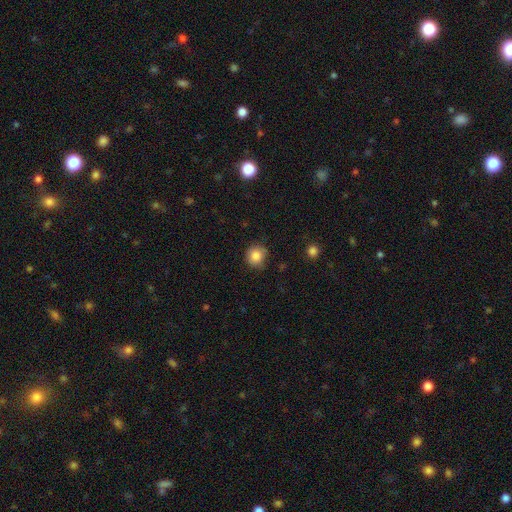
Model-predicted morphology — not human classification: The model was most divided on "merging": none: 80%, minor disturbance: 16%, major disturbance: 3%, merger: 1%. More confident: how rounded — round (88%); smooth or featured — smooth (85%).